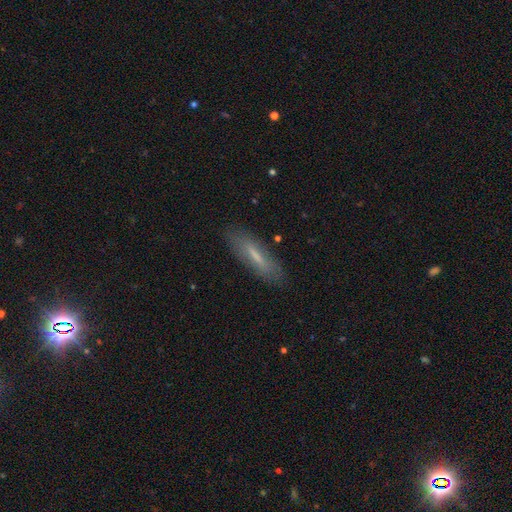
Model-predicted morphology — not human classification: This is possibly a smooth galaxy (58%). How rounded: likely cigar-shaped (73%). Merging: clearly none (83%).